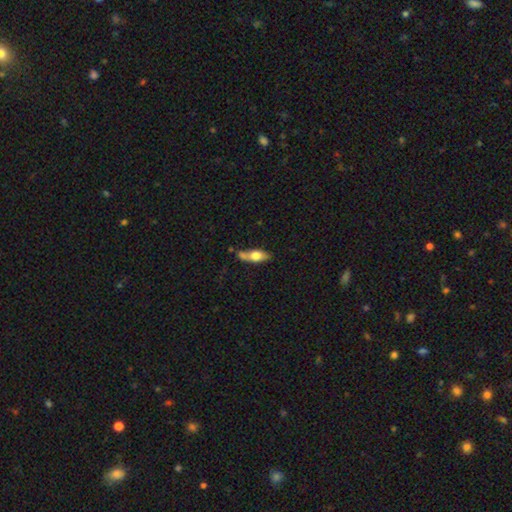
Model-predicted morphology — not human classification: This is likely a smooth galaxy (60%). How rounded: likely in between (67%). Merging: possibly none (52%).